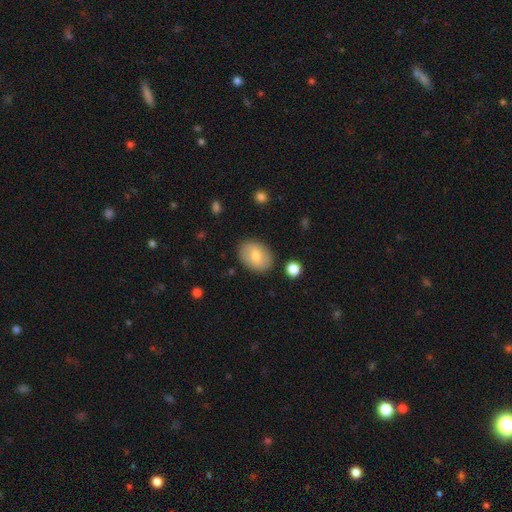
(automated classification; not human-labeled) The model was most divided on "how rounded": in between: 69%, round: 30%, cigar-shaped: 1%. More confident: merging — none (86%); smooth or featured — smooth (70%).